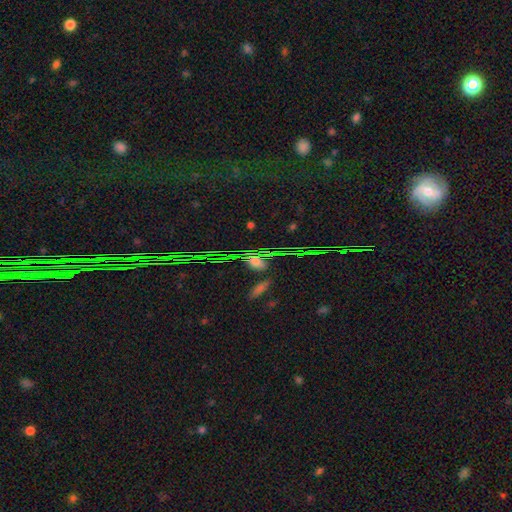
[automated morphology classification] smooth-or-featured: star or artifact: 74% | featured or disk: 14% | smooth: 12%